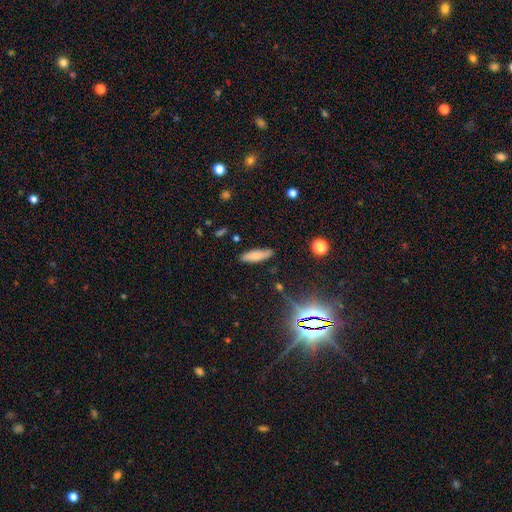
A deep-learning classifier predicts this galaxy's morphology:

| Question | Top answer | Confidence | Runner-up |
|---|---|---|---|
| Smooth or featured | smooth | 75% | featured or disk (16%) |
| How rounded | cigar-shaped | 56% | in between (42%) |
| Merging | none | 83% | minor disturbance (13%) |